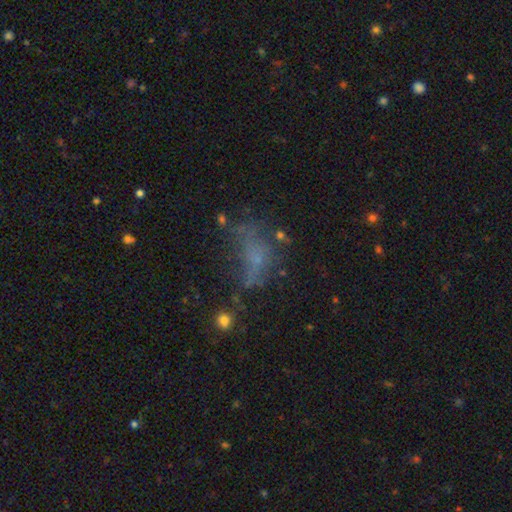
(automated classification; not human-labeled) Q: Smooth or featured?
A: smooth (41%); runner-up: featured or disk (31%)
Q: Merging?
A: major disturbance (35%); tied with: none (35%)